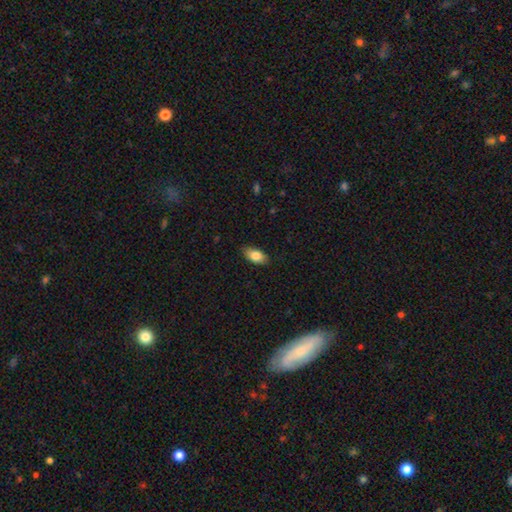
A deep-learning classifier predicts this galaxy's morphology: This appears to be a smooth galaxy with no disk features (83%) that is in between round and cigar-shaped (91%). Merging: none (85%).